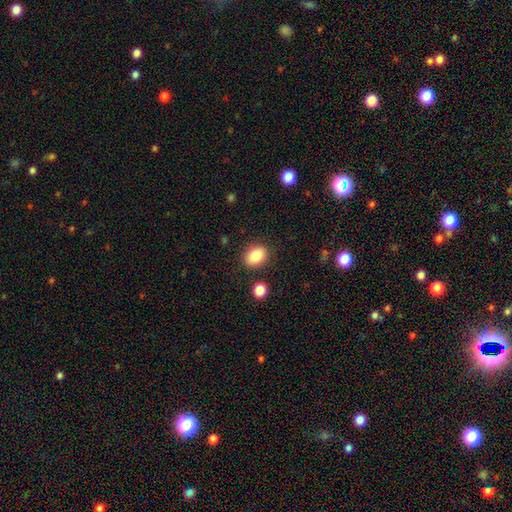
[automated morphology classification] Smooth or featured: smooth — 86% (star or artifact — 8%)
How rounded: in between — 70% (round — 29%)
Merging: none — 85% (minor disturbance — 9%)